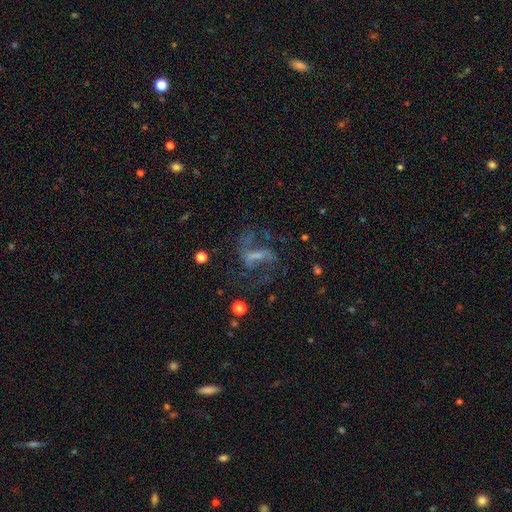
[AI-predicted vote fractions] featured or disk 68%, smooth 17%, star or artifact 15%. Down the decision tree: edge-on disk — no (94%); bar — strong (41%); spiral arms — yes (75%); bulge size — none (36%); merging — none (47%).